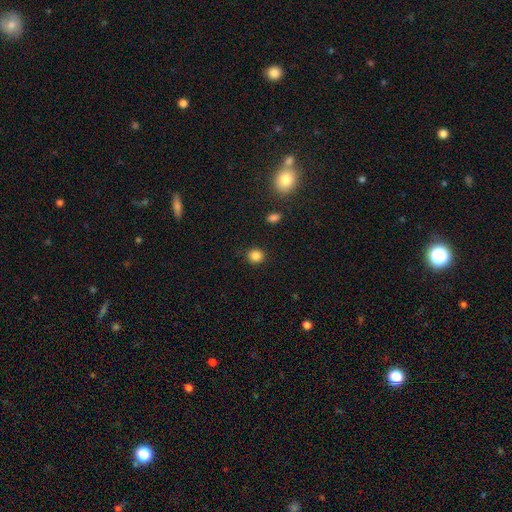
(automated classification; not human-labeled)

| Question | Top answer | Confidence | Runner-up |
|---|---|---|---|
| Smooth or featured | smooth | 85% | star or artifact (11%) |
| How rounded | round | 86% | in between (13%) |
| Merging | none | 89% | minor disturbance (7%) |